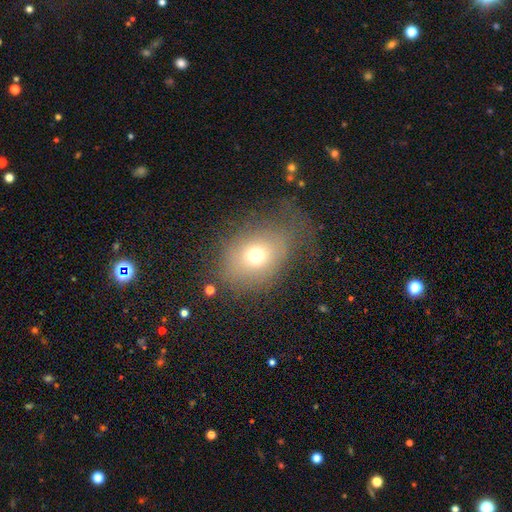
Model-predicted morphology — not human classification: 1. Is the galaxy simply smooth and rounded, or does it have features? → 68% smooth, 17% featured or disk, 15% star or artifact.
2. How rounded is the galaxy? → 55% in between, 44% round, 1% cigar-shaped.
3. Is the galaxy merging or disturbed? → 48% none, 27% major disturbance, 23% minor disturbance, 2% merger.